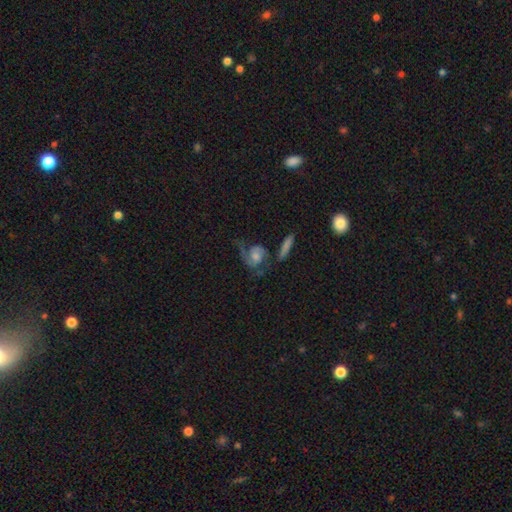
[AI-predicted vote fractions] A featured or disk galaxy (80%) with no bar (66%), 2 (84%) medium (48%) spiral arms (95%) and a moderate central bulge (50%). Merging: none (55%).